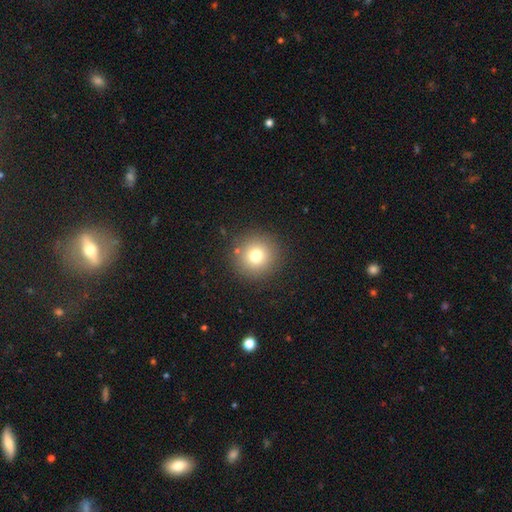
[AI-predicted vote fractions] A smooth galaxy with no disk features (76%) that is round (95%).

Vote fractions:
- Smooth or featured? smooth: 76% / star or artifact: 13% / featured or disk: 11%
- How rounded? round: 95% / in between: 4% / cigar-shaped: 1%
- Merging? none: 88% / minor disturbance: 7% / major disturbance: 3% / merger: 2%